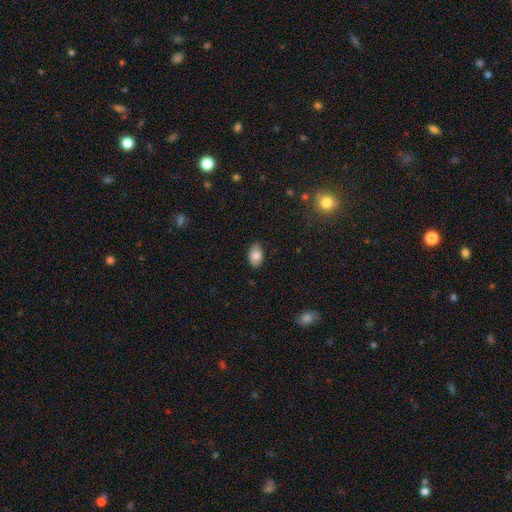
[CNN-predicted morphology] This appears to be a smooth galaxy with no disk features (79%) that is in between round and cigar-shaped (89%). Merging: none (82%).